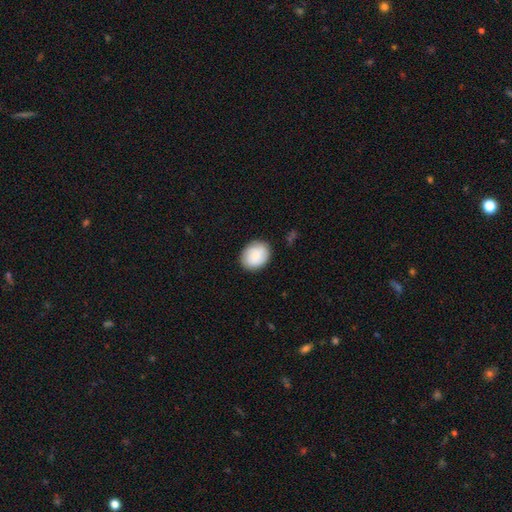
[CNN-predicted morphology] Smooth or featured? smooth (84%)
How rounded? round (50%)
Merging? none (86%)